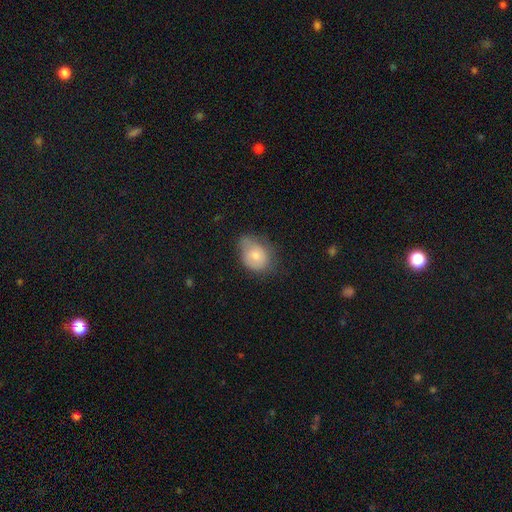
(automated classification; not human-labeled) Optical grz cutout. It shows a smooth galaxy with no disk features (73%) that is in between round and cigar-shaped (62%). Merging: minor disturbance (41%).